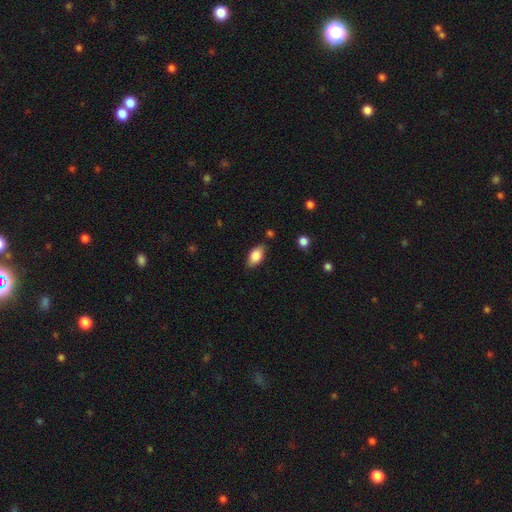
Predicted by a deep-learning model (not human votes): smooth 82%, featured or disk 11%, star or artifact 7%. Down the decision tree: how rounded — in between (90%); merging — none (80%).